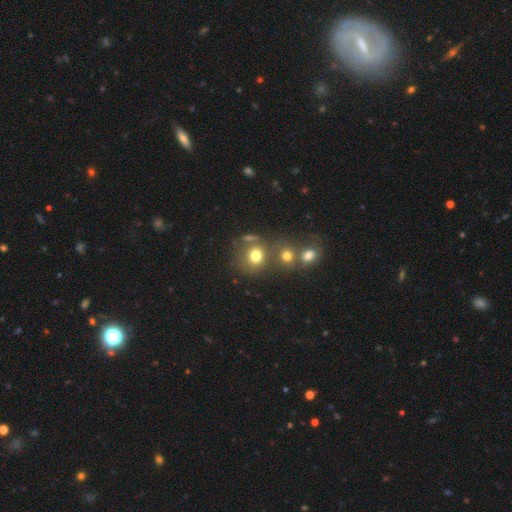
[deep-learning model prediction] A smooth galaxy with no disk features (73%) that is round (77%).

Vote fractions:
- Smooth or featured? smooth: 73% / star or artifact: 15% / featured or disk: 12%
- How rounded? round: 77% / in between: 22% / cigar-shaped: 1%
- Merging? none: 53% / merger: 29% / minor disturbance: 12% / major disturbance: 6%